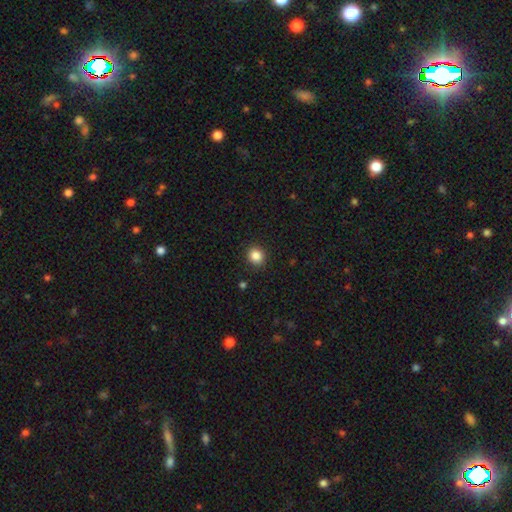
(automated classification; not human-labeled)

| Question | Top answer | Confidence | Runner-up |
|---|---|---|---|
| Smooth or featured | smooth | 86% | star or artifact (10%) |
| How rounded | round | 83% | in between (16%) |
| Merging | none | 91% | minor disturbance (6%) |